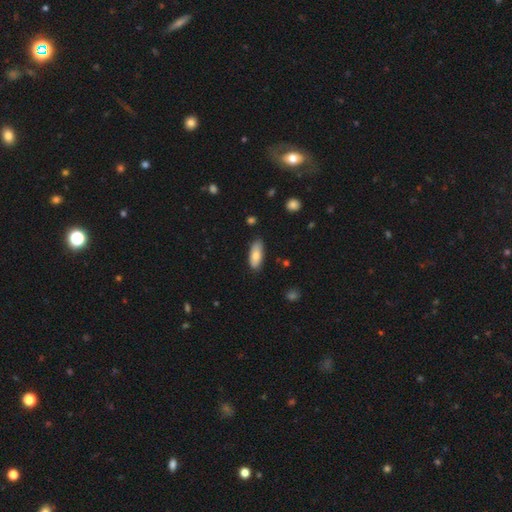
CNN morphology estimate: Smooth or featured? Predicted: smooth (p=0.80). How rounded? Predicted: in between (p=0.76). Merging? Predicted: none (p=0.81).